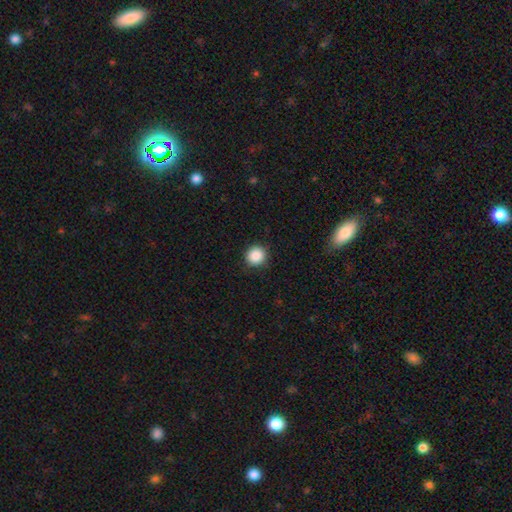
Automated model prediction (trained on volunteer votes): Smooth or featured? Predicted: smooth (p=0.88). How rounded? Predicted: round (p=0.93). Merging? Predicted: none (p=0.90).